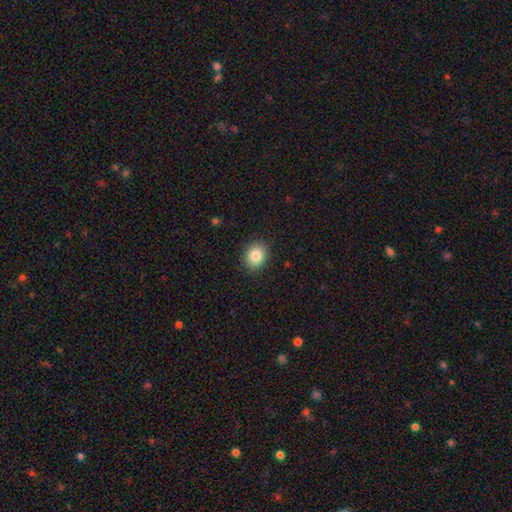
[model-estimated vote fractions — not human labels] Smooth or featured?
  - smooth: 85% *
  - star or artifact: 9%
  - featured or disk: 6%
How rounded?
  - round: 59% *
  - in between: 41%
  - cigar-shaped: 1%
Merging?
  - none: 89% *
  - minor disturbance: 8%
  - major disturbance: 2%
  - merger: 1%